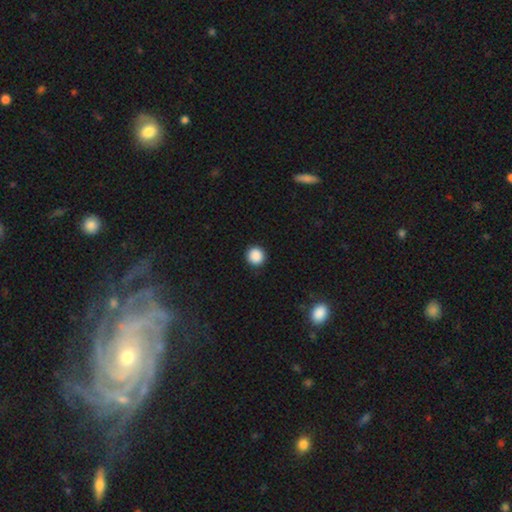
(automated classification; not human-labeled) Smooth or featured?
  - smooth: 88% *
  - star or artifact: 9%
  - featured or disk: 2%
How rounded?
  - round: 95% *
  - in between: 4%
  - cigar-shaped: 1%
Merging?
  - none: 92% *
  - minor disturbance: 5%
  - major disturbance: 2%
  - merger: 1%